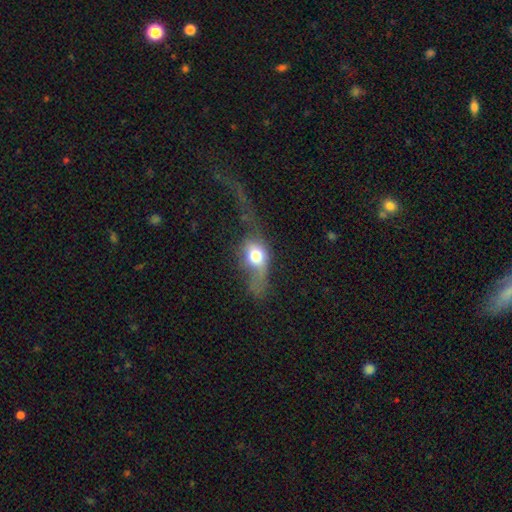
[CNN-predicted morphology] smooth-or-featured: smooth: 57% | featured or disk: 32% | star or artifact: 11%
  how-rounded: in between: 53% | round: 41% | cigar-shaped: 7%
  merging: major disturbance: 53% | none: 21% | minor disturbance: 21% | merger: 5%